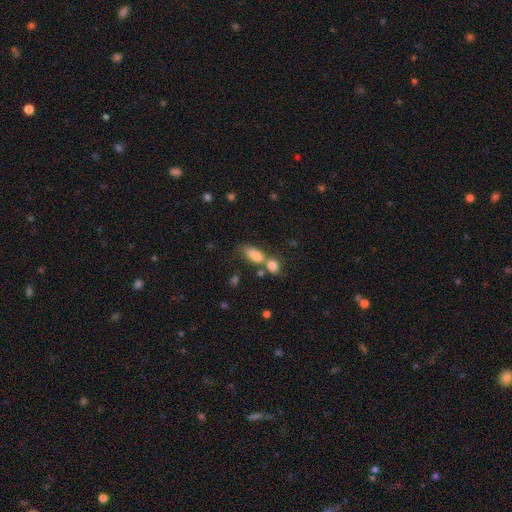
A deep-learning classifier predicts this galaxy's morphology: Overall: smooth (81%). How rounded: in between (83%). Merging: merger (46%; none 34%).